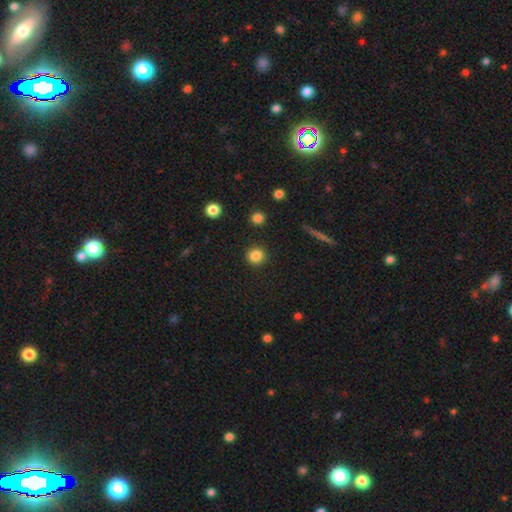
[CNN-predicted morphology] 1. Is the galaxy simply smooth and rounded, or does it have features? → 85% smooth, 11% star or artifact, 5% featured or disk.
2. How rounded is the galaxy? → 93% round, 6% in between, 1% cigar-shaped.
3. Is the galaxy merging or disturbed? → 91% none, 5% minor disturbance, 2% major disturbance, 2% merger.